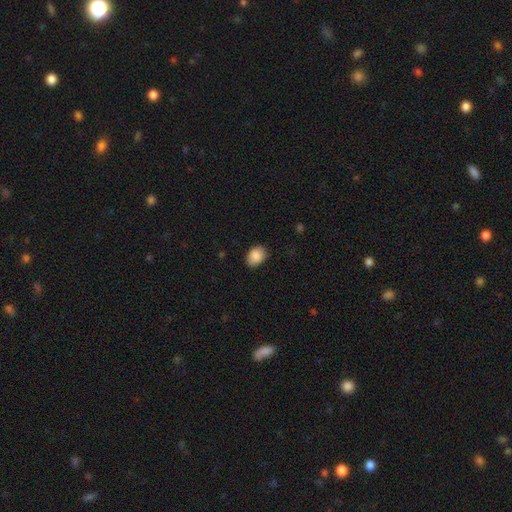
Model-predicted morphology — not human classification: The model was most divided on "how rounded": in between: 69%, round: 30%, cigar-shaped: 1%. More confident: smooth or featured — smooth (87%); merging — none (83%).